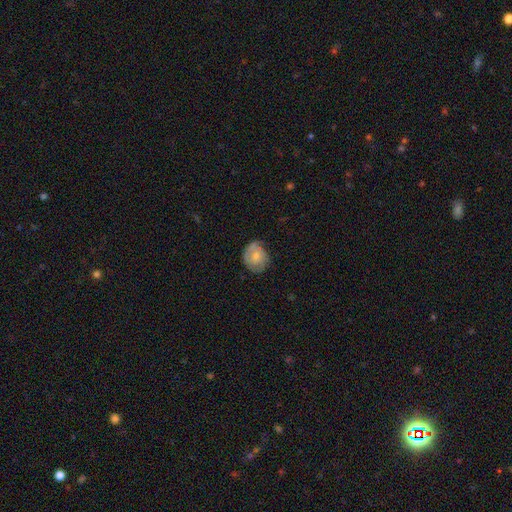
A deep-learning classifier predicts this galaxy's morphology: A smooth galaxy with no disk features (55%) that is round (71%). Merging: none (60%).